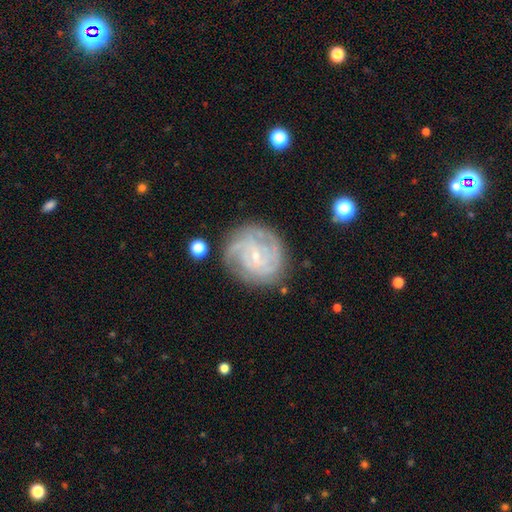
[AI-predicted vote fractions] This appears to be a featured or disk galaxy (83%) with no bar (51%), tight (68%) spiral arms (95%) and a small central bulge (84%). Merging: none (77%).